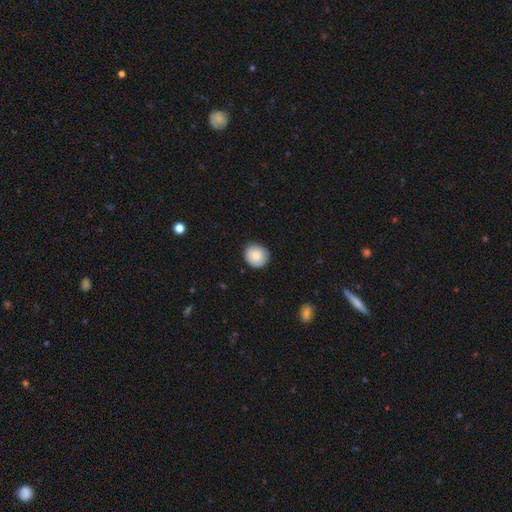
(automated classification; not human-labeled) Overall: smooth (84%). How rounded: round (89%). Merging: none (88%).